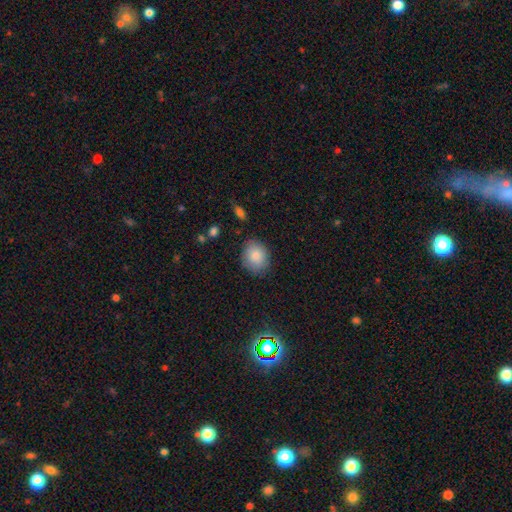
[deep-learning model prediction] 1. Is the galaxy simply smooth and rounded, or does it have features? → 85% smooth, 8% featured or disk, 7% star or artifact.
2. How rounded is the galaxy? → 53% round, 46% in between, 1% cigar-shaped.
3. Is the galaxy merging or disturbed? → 82% none, 14% minor disturbance, 3% major disturbance, 2% merger.